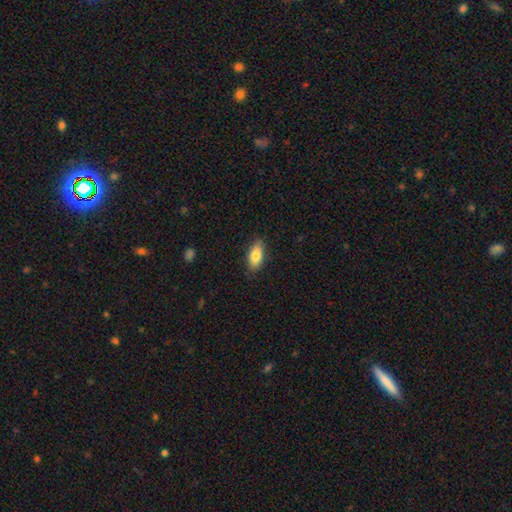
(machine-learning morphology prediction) This appears to be a smooth galaxy with no disk features (81%) that is in between round and cigar-shaped (85%). Merging: none (85%).